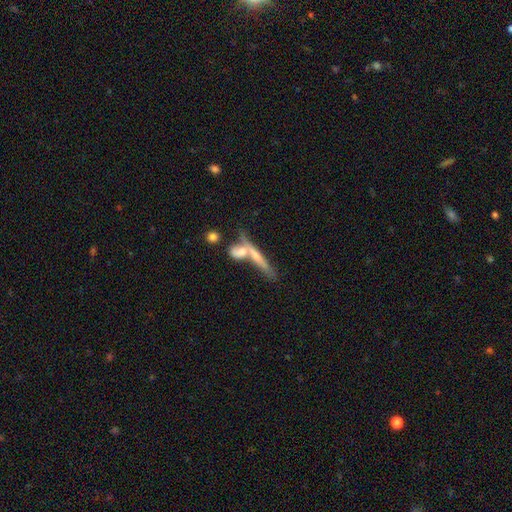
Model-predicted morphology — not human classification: smooth_or_featured: featured or disk (p=0.46) [alt: smooth p=0.45]
merging: merger (p=0.45) [alt: none p=0.34]